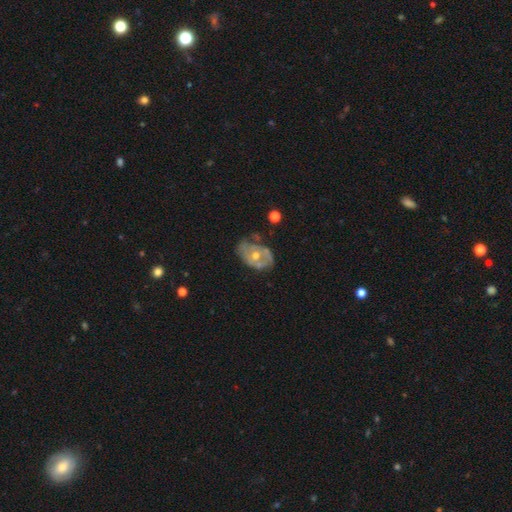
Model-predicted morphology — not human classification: Smooth or featured? Predicted: featured or disk (p=0.68). Edge-on disk? Predicted: no (p=0.95). Bar? Predicted: no (p=0.81). Spiral arms? Predicted: no (p=0.56). Bulge size? Predicted: moderate (p=0.66). Merging? Predicted: none (p=0.55).